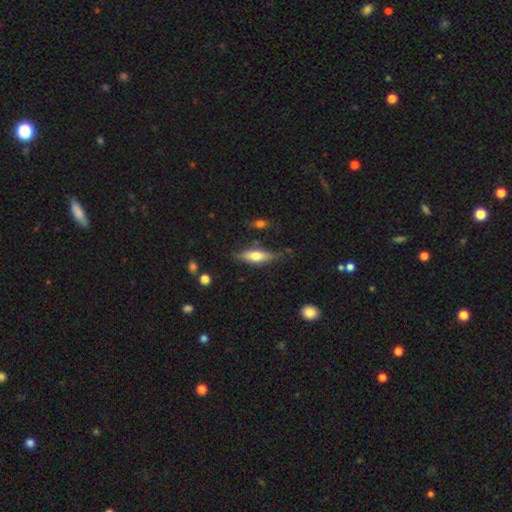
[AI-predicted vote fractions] Smooth or featured: smooth — 51% (featured or disk — 43%)
How rounded: cigar-shaped — 50% (in between — 47%)
Merging: none — 73% (minor disturbance — 18%)